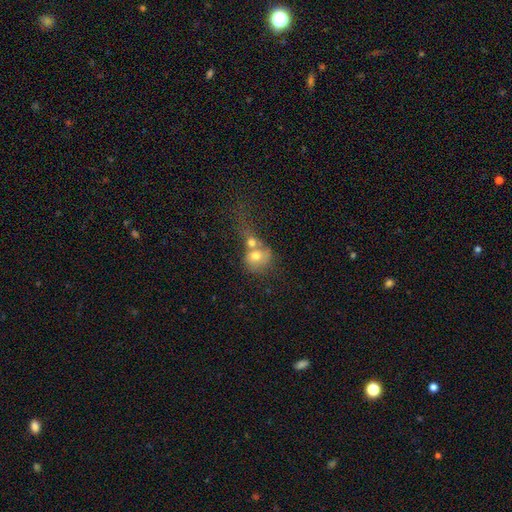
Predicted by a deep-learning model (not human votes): A smooth galaxy with no disk features (65%) that is round (71%).

Vote fractions:
- Smooth or featured? smooth: 65% / featured or disk: 24% / star or artifact: 10%
- How rounded? round: 71% / in between: 27% / cigar-shaped: 2%
- Merging? merger: 65% / none: 16% / major disturbance: 11% / minor disturbance: 8%